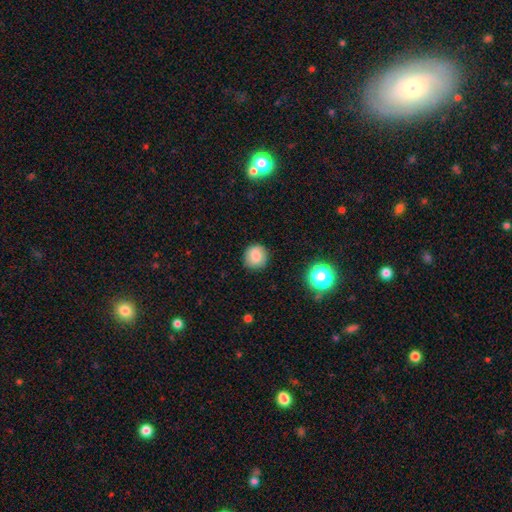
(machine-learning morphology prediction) Smooth or featured?
  - smooth: 82% *
  - star or artifact: 10%
  - featured or disk: 8%
How rounded?
  - round: 90% *
  - in between: 9%
  - cigar-shaped: 1%
Merging?
  - none: 87% *
  - minor disturbance: 10%
  - major disturbance: 2%
  - merger: 1%